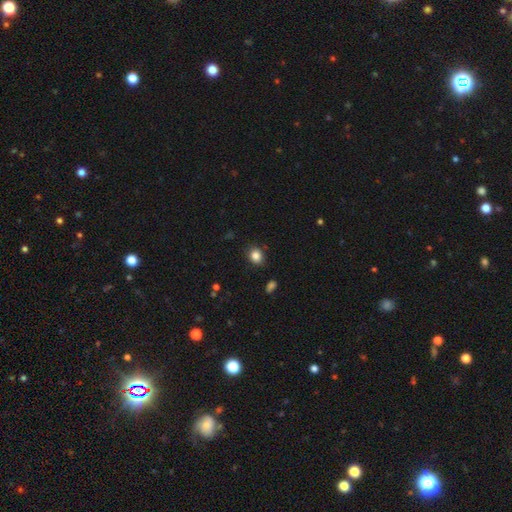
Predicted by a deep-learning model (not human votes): Smooth or featured? smooth (84%)
How rounded? round (62%)
Merging? none (86%)